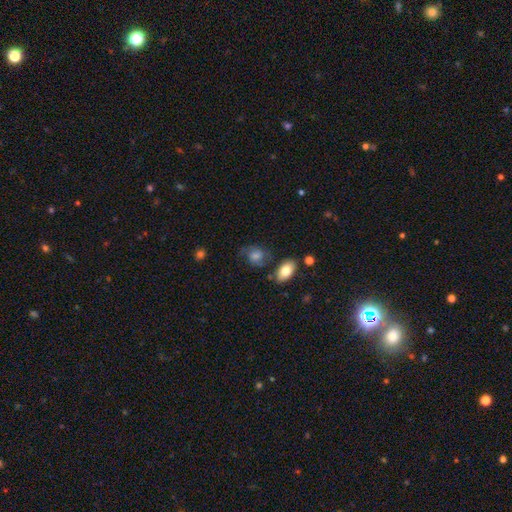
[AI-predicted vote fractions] Morphology: type=smooth (54%); roundness=in between (50%); merging=none (60%).